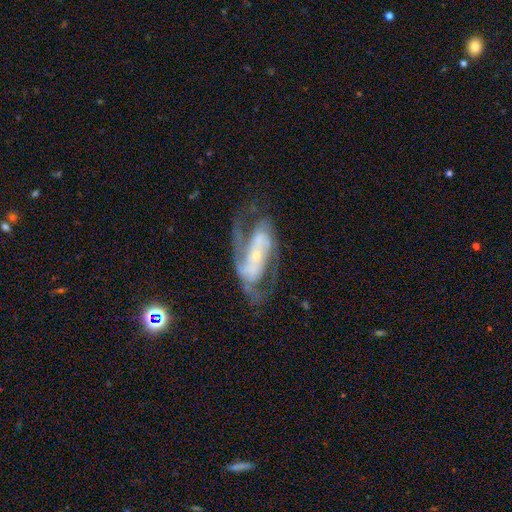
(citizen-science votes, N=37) smooth-or-featured: featured or disk: 92% | smooth: 8% | star or artifact: 0%
  disk-edge-on: no: 94% | yes: 6%
    bar: strong: 59% | weak: 31% | no: 9%
    has-spiral-arms: yes: 97% | no: 3%
      spiral-winding: medium: 65% | tight: 26% | loose: 10%
      spiral-arm-count: 2: 81% | can't tell: 13% | 1: 3% | more than 4: 3% | 3: 0% | 4: 0%
    bulge-size: small: 66% | moderate: 31% | large: 3% | dominant: 0% | none: 0%
  merging: none: 78% | minor disturbance: 16% | major disturbance: 5% | merger: 0%